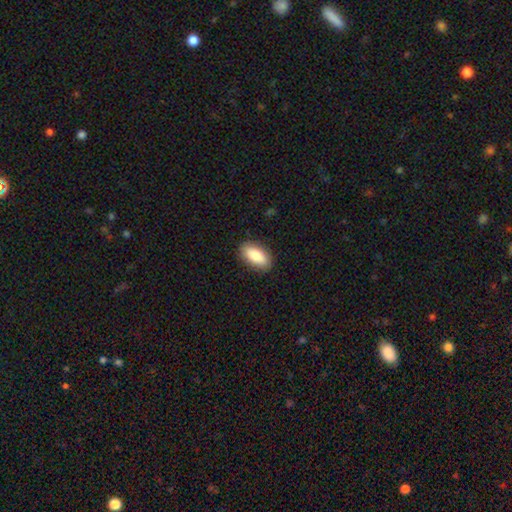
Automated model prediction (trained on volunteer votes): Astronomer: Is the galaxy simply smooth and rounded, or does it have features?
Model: smooth — 86%.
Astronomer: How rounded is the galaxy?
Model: in between — 91%.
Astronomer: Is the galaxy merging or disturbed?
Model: none — 88%.